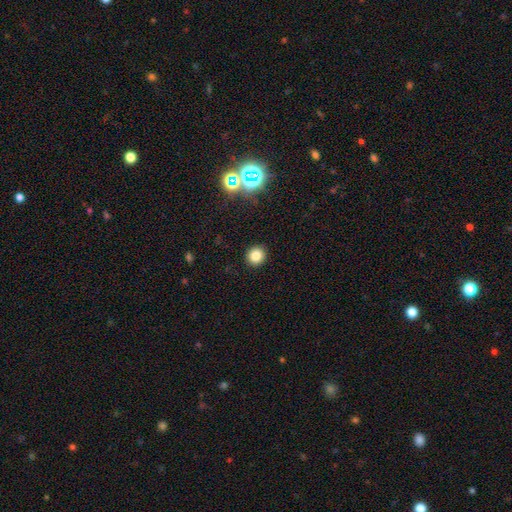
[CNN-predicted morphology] Q: Smooth or featured?
A: smooth (81%); runner-up: star or artifact (14%)
Q: How rounded?
A: round (90%); runner-up: in between (9%)
Q: Merging?
A: none (92%); runner-up: minor disturbance (5%)